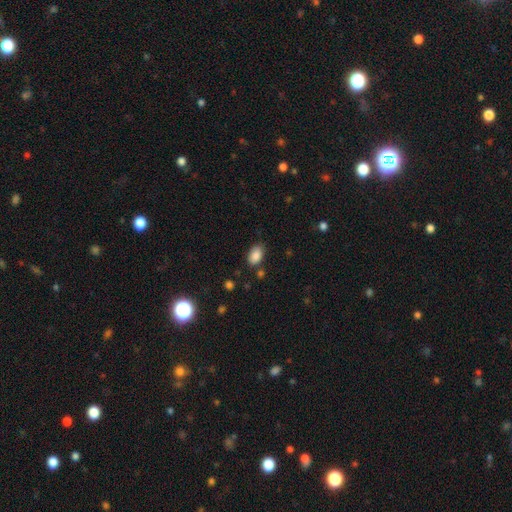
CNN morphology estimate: A smooth galaxy with no disk features (87%) that is in between round and cigar-shaped (88%). Merging: none (77%).